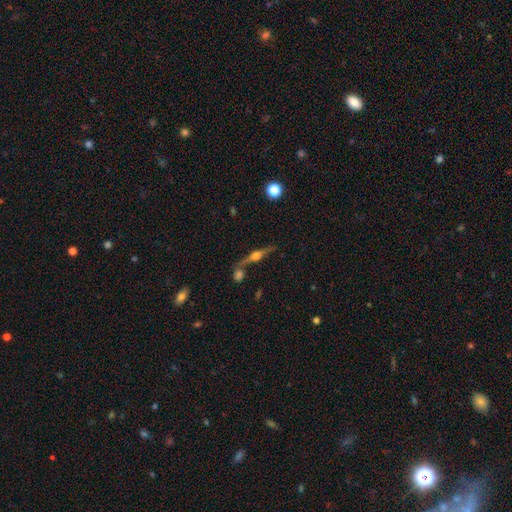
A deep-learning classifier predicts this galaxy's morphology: Q: Smooth or featured?
A: featured or disk (79%); runner-up: smooth (14%)
Q: Edge-on disk?
A: yes (96%); runner-up: no (4%)
Q: Edge-on bulge?
A: rounded (94%); runner-up: boxy (5%)
Q: Merging?
A: none (67%); runner-up: merger (18%)